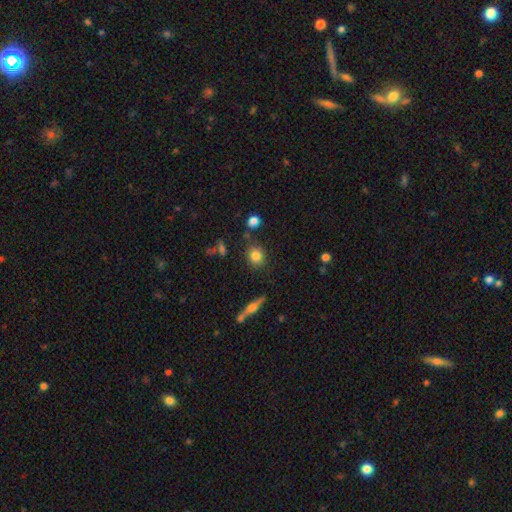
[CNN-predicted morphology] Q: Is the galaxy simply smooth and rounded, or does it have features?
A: smooth — 80%.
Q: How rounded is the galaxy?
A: round — 76%.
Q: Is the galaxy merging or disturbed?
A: none — 82%.